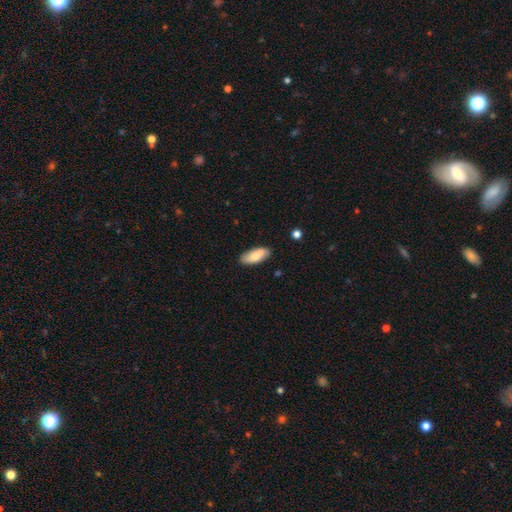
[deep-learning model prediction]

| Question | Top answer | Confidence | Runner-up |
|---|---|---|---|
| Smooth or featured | smooth | 76% | featured or disk (18%) |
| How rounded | in between | 83% | cigar-shaped (15%) |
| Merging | none | 81% | minor disturbance (14%) |